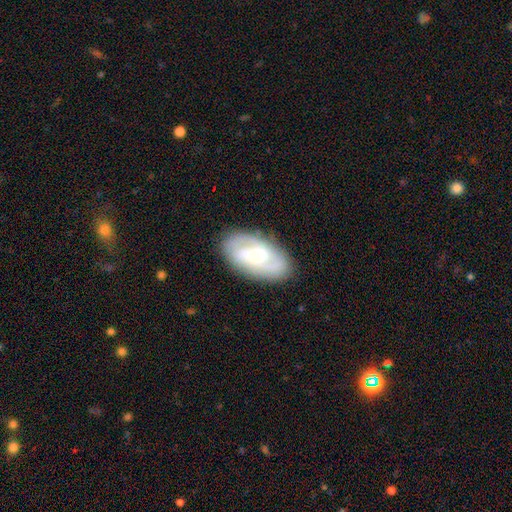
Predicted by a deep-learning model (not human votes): smooth_or_featured: featured or disk (p=0.71) [alt: smooth p=0.23]
disk_edge_on: no (p=0.95) [alt: yes p=0.05]
bar: weak (p=0.48) [alt: no p=0.28]
has_spiral_arms: yes (p=0.87) [alt: no p=0.13]
spiral_winding: medium (p=0.42) [alt: tight p=0.40]
spiral_arm_count: 2 (p=0.61) [alt: can't tell p=0.22]
bulge_size: small (p=0.58) [alt: moderate p=0.35]
merging: none (p=0.83) [alt: minor disturbance p=0.12]